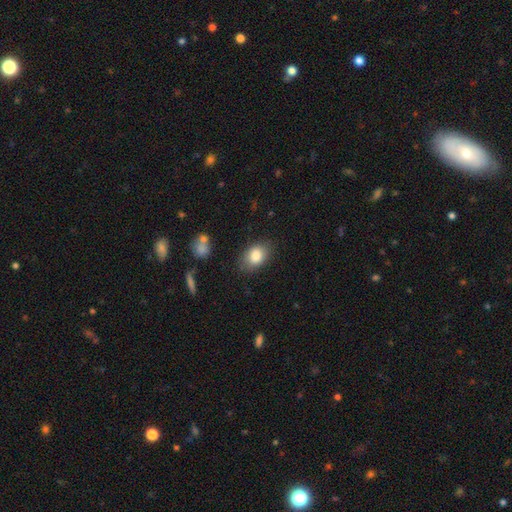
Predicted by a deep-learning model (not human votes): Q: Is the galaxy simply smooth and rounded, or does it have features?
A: smooth — 83%.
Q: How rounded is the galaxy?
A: in between — 79%.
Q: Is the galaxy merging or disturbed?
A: none — 79%.